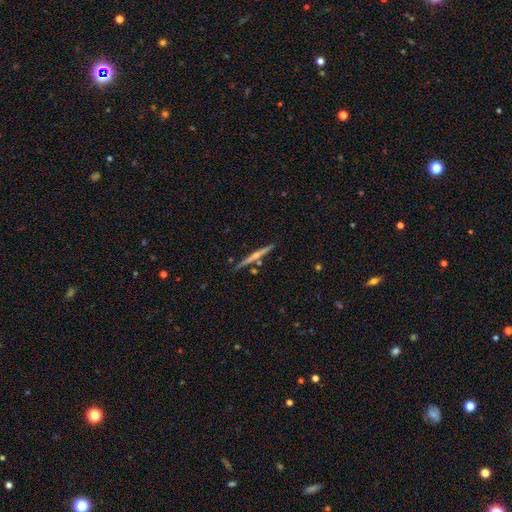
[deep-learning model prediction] A featured or disk galaxy (60%) viewed edge-on (97%) with a rounded central bulge (60%). Merging: none (83%).